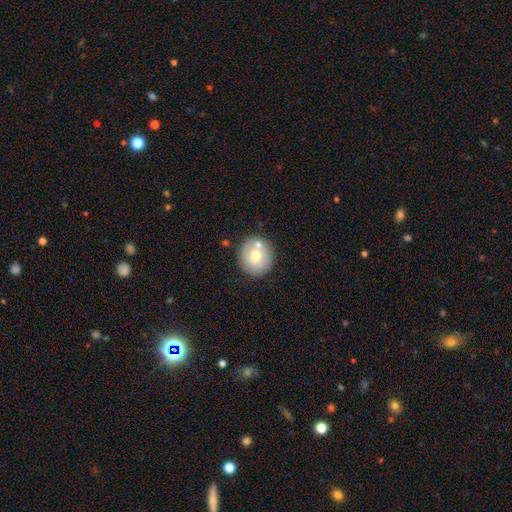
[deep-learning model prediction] This is likely a smooth galaxy (62%). How rounded: clearly round (86%). Merging: likely none (72%).